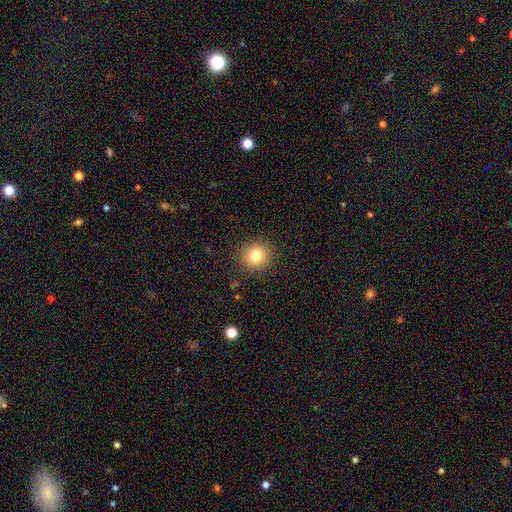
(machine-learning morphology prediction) Overall: smooth (79%). How rounded: round (90%). Merging: none (90%).